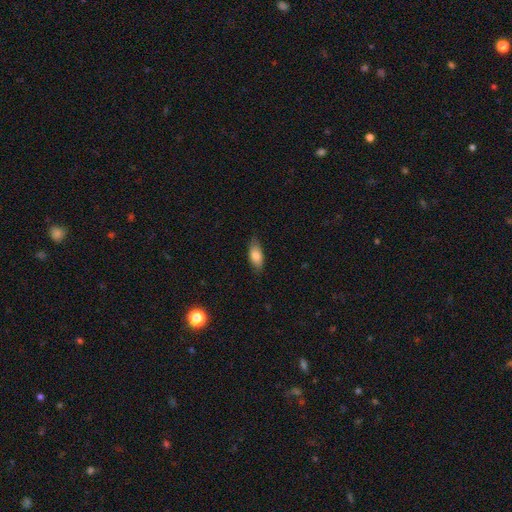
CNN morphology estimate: The model was most divided on "merging": none: 79%, minor disturbance: 17%, major disturbance: 3%, merger: 1%. More confident: how rounded — in between (83%); smooth or featured — smooth (78%).